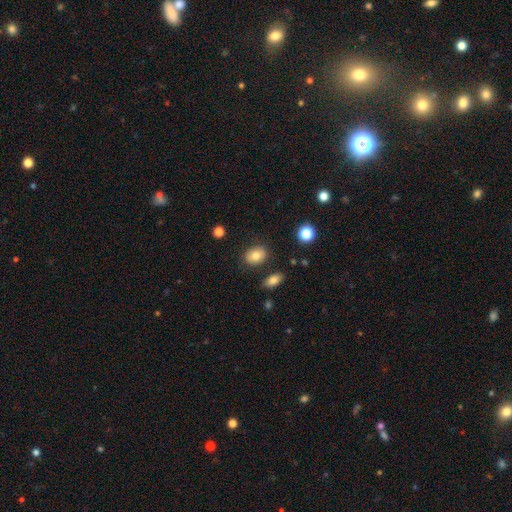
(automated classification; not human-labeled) A smooth galaxy with no disk features (80%) that is in between round and cigar-shaped (66%). Merging: none (82%).